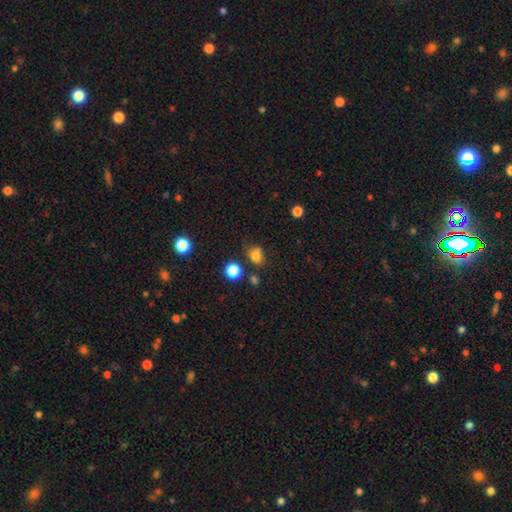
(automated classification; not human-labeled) Smooth or featured? Predicted: smooth (p=0.78). How rounded? Predicted: round (p=0.58). Merging? Predicted: none (p=0.65).